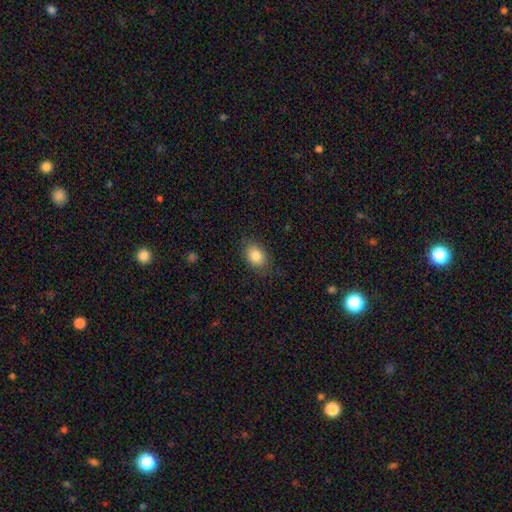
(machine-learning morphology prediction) smooth-or-featured: smooth: 83% | featured or disk: 9% | star or artifact: 8%
  how-rounded: in between: 76% | round: 23% | cigar-shaped: 1%
  merging: none: 81% | minor disturbance: 14% | major disturbance: 4% | merger: 1%